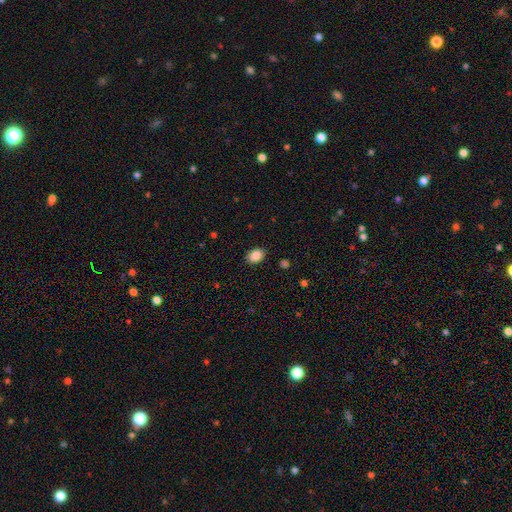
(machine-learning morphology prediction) This appears to be a smooth galaxy with no disk features (88%) that is in between round and cigar-shaped (76%). Merging: none (88%).